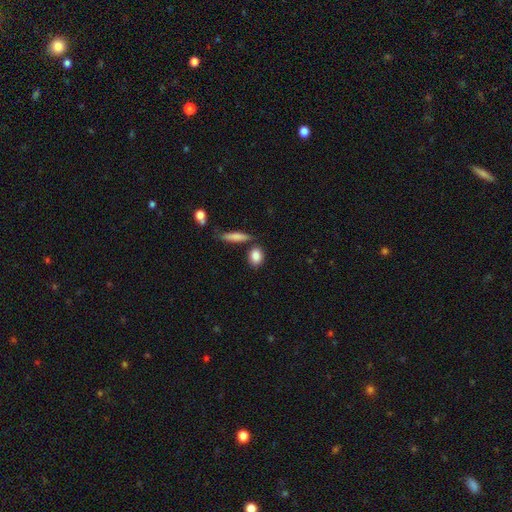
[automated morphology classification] Q: Smooth or featured?
A: smooth (86%); runner-up: star or artifact (7%)
Q: How rounded?
A: in between (70%); runner-up: round (23%)
Q: Merging?
A: none (73%); runner-up: minor disturbance (13%)